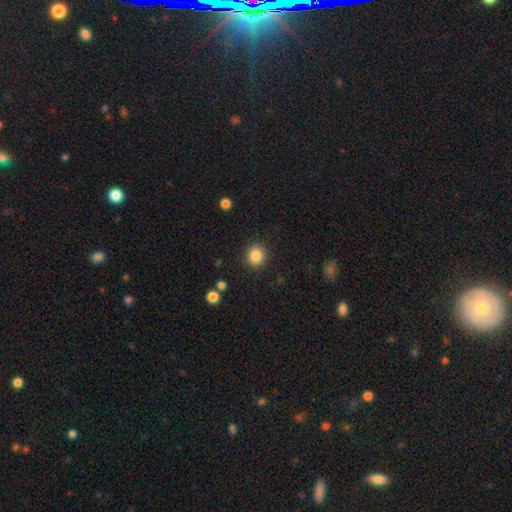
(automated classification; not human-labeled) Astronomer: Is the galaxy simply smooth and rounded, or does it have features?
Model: smooth — 85%.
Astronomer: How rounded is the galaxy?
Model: round — 86%.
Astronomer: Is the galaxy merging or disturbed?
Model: none — 90%.